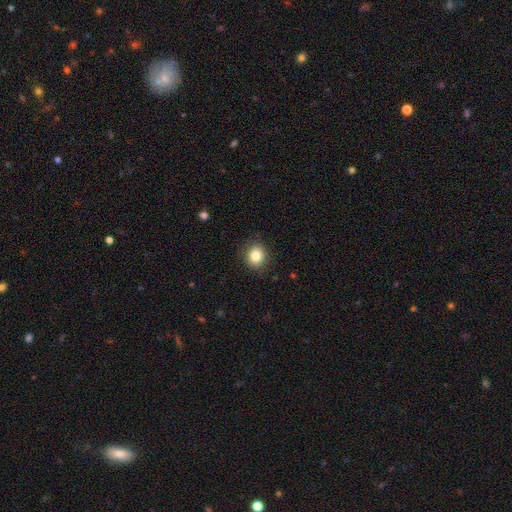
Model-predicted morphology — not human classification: Smooth or featured: smooth — 83% (star or artifact — 10%)
How rounded: round — 77% (in between — 22%)
Merging: none — 89% (minor disturbance — 8%)